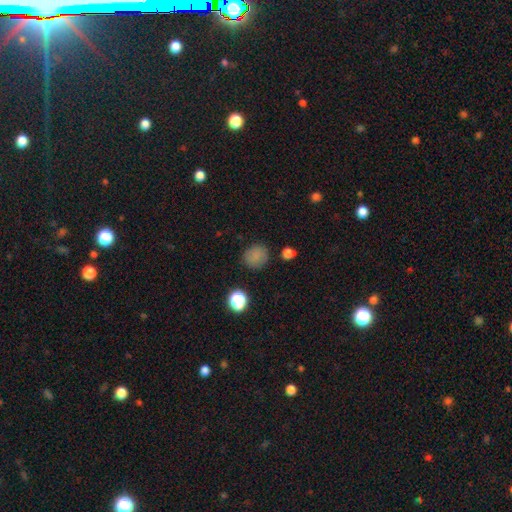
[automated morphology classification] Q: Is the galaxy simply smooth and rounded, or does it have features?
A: smooth — 80%.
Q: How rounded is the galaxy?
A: round — 83%.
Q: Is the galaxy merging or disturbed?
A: none — 82%.